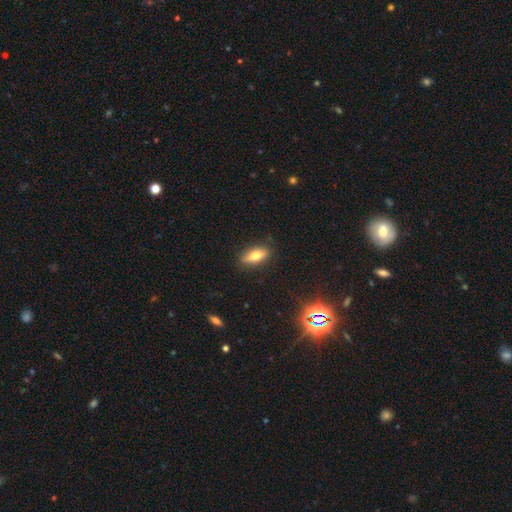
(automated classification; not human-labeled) Overall: smooth (64%; featured or disk 27%). How rounded: in between (69%). Merging: none (86%).